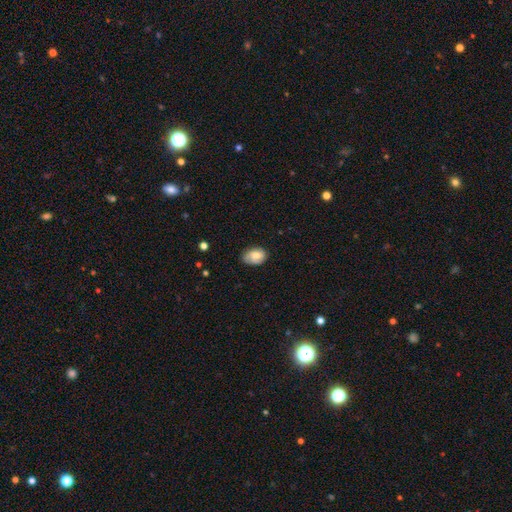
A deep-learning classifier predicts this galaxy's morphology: This appears to be a smooth galaxy with no disk features (66%) that is in between round and cigar-shaped (80%). Merging: none (65%).